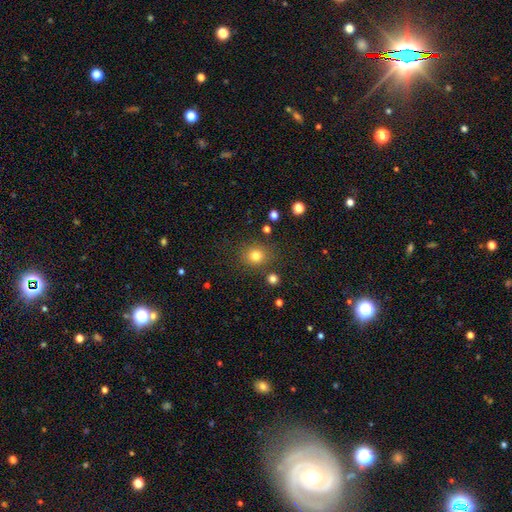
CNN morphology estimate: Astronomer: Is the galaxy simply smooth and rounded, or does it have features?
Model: smooth — 79%.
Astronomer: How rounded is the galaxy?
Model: round — 82%.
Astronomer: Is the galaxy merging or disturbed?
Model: none — 83%.